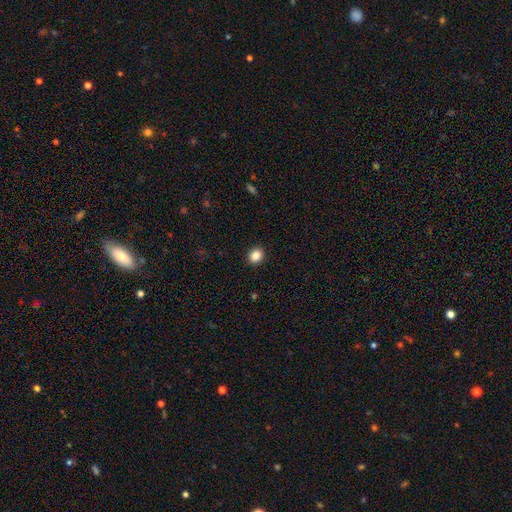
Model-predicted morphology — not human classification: Q: Smooth or featured?
A: smooth (85%); runner-up: star or artifact (10%)
Q: How rounded?
A: round (65%); runner-up: in between (35%)
Q: Merging?
A: none (91%); runner-up: minor disturbance (6%)